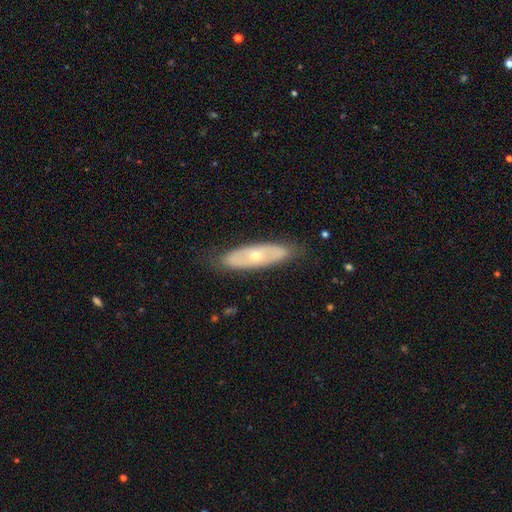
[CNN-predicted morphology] This is possibly a featured or disk galaxy (57%). It is likely not viewed edge-on (70%). Merging: clearly none (81%).